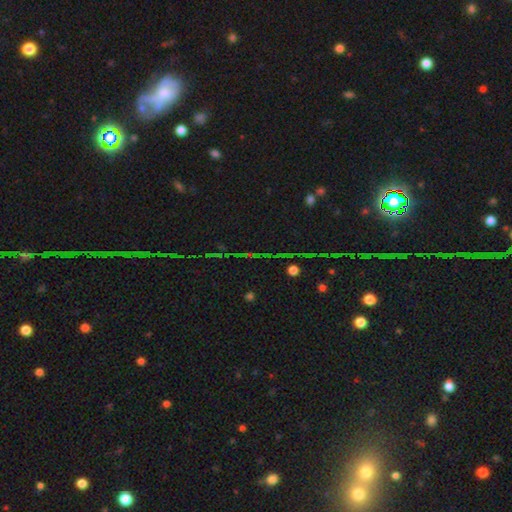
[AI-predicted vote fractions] Morphology: type=star or artifact (74%).